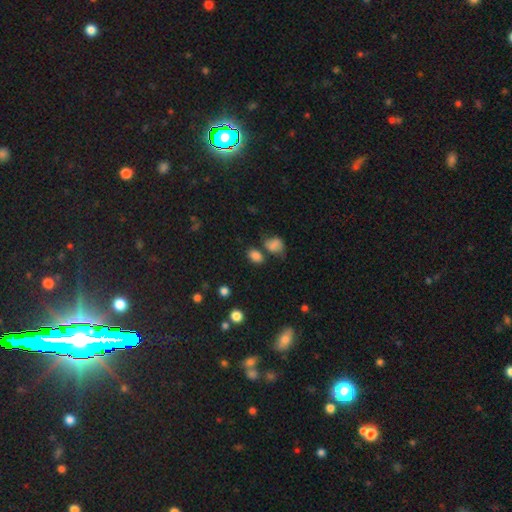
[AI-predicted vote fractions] This is clearly a smooth galaxy (81%). How rounded: likely in between (76%). Merging: likely none (66%).